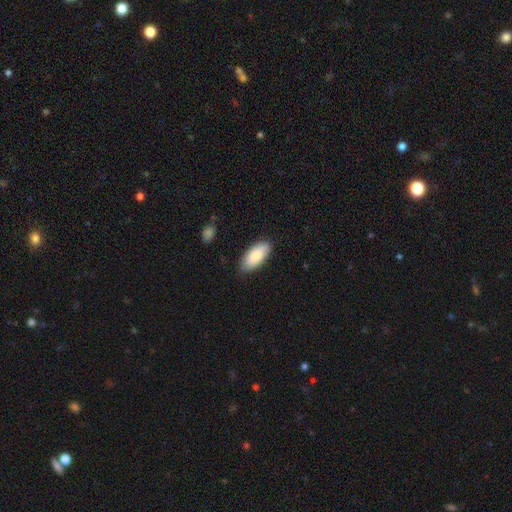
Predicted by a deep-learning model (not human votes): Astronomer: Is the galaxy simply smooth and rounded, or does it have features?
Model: smooth — 84%.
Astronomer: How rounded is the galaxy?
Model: in between — 90%.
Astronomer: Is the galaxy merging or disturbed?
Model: none — 84%.